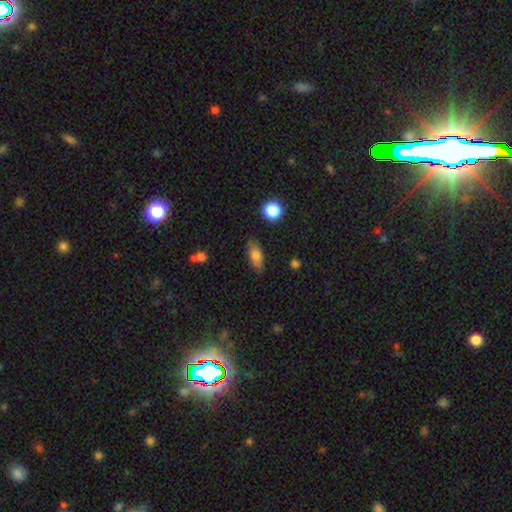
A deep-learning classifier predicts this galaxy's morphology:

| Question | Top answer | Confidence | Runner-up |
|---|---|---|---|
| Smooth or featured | smooth | 74% | featured or disk (18%) |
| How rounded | in between | 76% | cigar-shaped (19%) |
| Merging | none | 81% | minor disturbance (14%) |